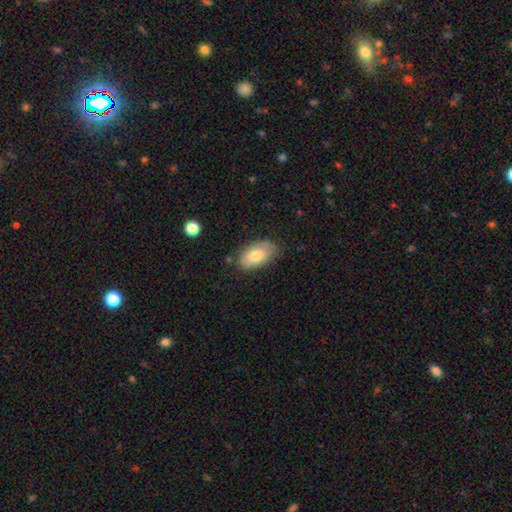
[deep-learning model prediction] Smooth or featured? Predicted: smooth (p=0.68). How rounded? Predicted: in between (p=0.93). Merging? Predicted: none (p=0.72).